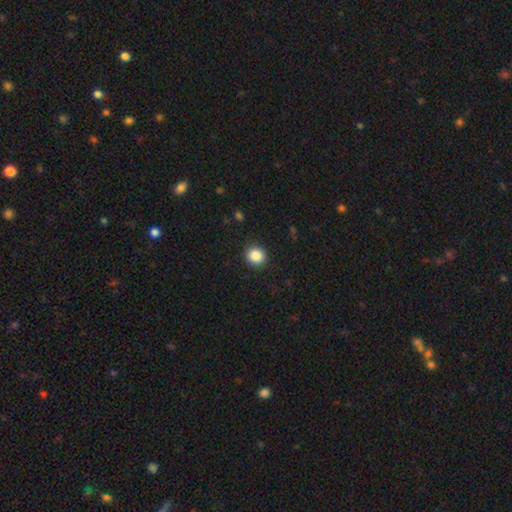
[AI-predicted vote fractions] Morphology: type=smooth (87%); roundness=round (86%); merging=none (91%).